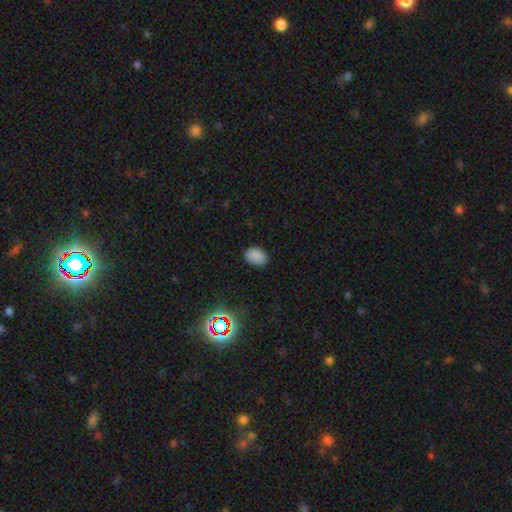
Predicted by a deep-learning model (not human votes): Q: Smooth or featured?
A: smooth (84%); runner-up: star or artifact (12%)
Q: How rounded?
A: in between (80%); runner-up: round (19%)
Q: Merging?
A: none (85%); runner-up: minor disturbance (12%)